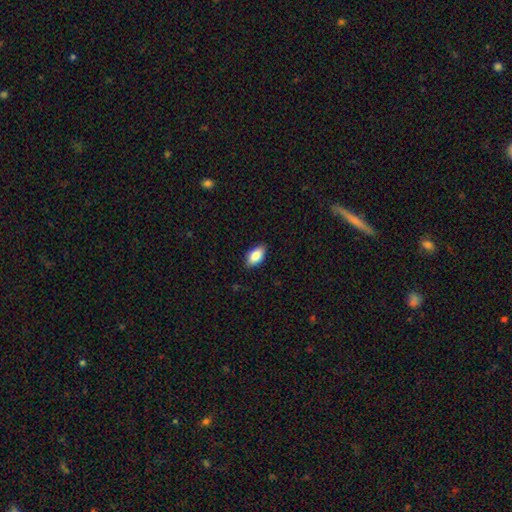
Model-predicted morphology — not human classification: A smooth galaxy with no disk features (85%) that is in between round and cigar-shaped (93%). Merging: none (87%).